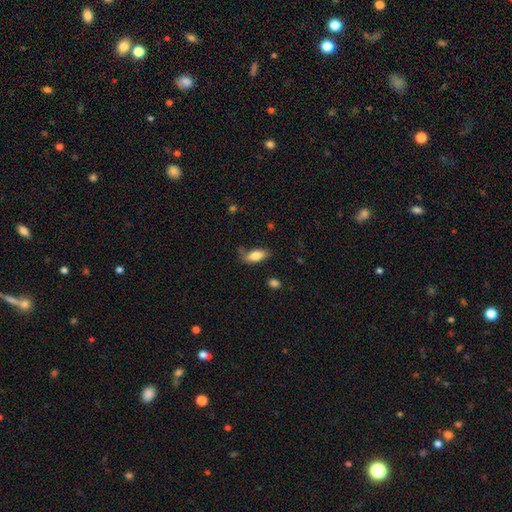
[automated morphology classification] smooth 80%, featured or disk 12%, star or artifact 7%. Down the decision tree: how rounded — in between (81%); merging — none (62%).